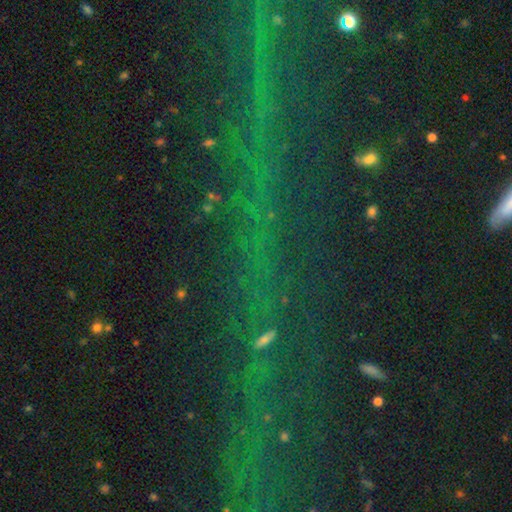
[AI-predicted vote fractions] Smooth or featured? star or artifact (70%)